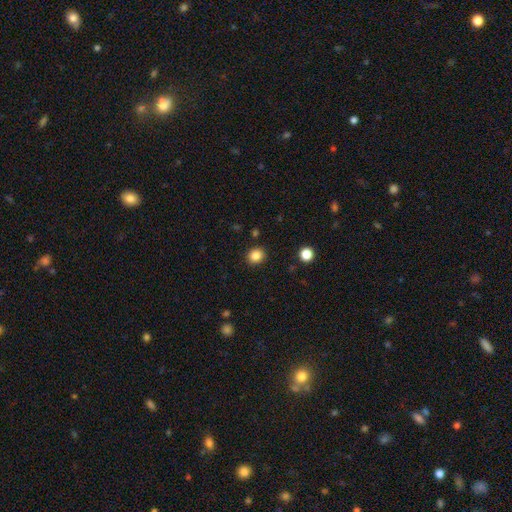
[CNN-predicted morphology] smooth-or-featured: smooth: 84% | star or artifact: 11% | featured or disk: 5%
  how-rounded: round: 79% | in between: 20% | cigar-shaped: 1%
  merging: none: 90% | minor disturbance: 6% | major disturbance: 2% | merger: 2%